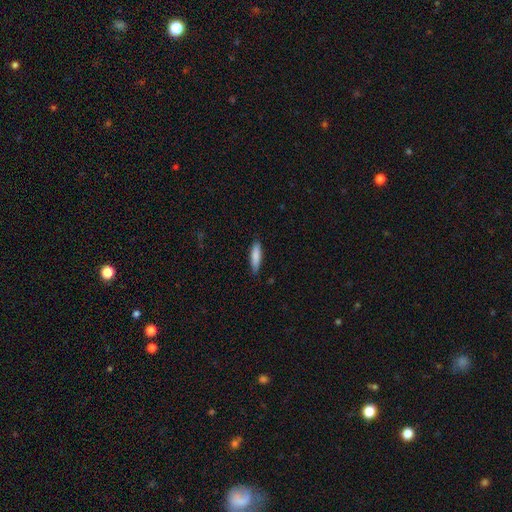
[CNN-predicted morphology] The model was most divided on "how rounded": cigar-shaped: 73%, in between: 26%, round: 1%. More confident: smooth or featured — smooth (84%); merging — none (84%).